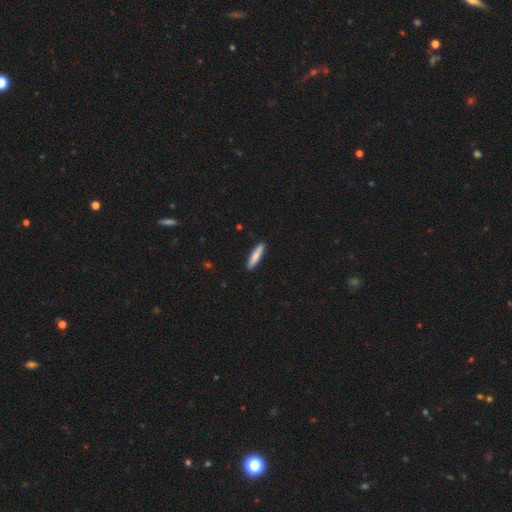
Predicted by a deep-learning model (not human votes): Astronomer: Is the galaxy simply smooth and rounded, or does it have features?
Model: smooth — 82%.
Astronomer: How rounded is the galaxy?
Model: cigar-shaped — 86%.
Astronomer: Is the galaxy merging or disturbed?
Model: none — 91%.